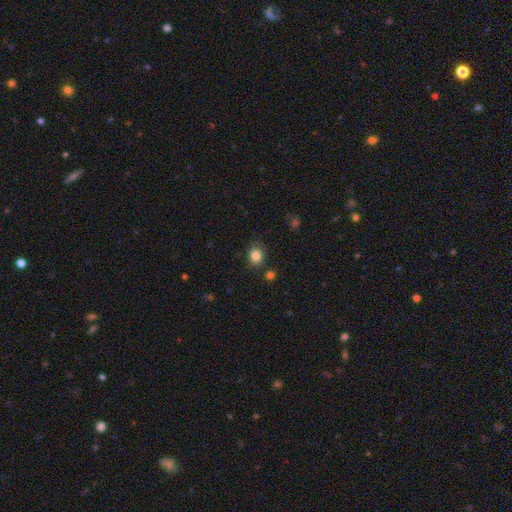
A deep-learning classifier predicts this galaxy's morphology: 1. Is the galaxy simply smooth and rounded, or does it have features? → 84% smooth, 10% star or artifact, 6% featured or disk.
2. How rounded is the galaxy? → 51% round, 48% in between, 1% cigar-shaped.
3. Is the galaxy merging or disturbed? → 79% none, 14% minor disturbance, 3% merger, 3% major disturbance.